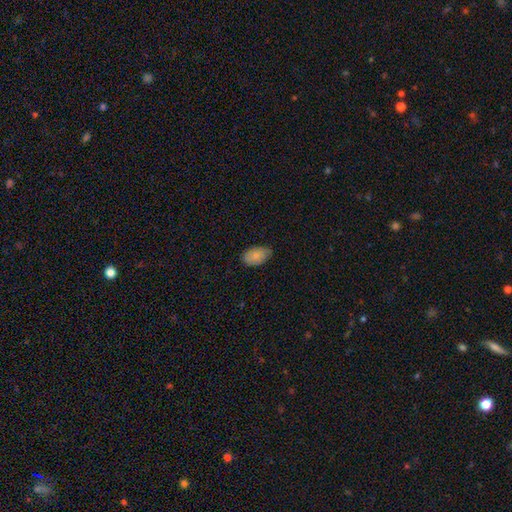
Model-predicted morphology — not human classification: Smooth or featured? Predicted: smooth (p=0.84). How rounded? Predicted: in between (p=0.93). Merging? Predicted: none (p=0.73).